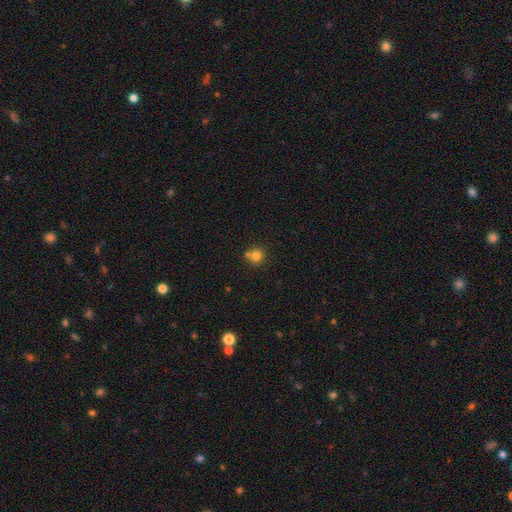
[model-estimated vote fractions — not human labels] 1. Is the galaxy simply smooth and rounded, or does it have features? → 78% smooth, 13% star or artifact, 9% featured or disk.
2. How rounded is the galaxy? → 91% round, 9% in between, 1% cigar-shaped.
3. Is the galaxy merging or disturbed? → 61% none, 25% merger, 11% minor disturbance, 3% major disturbance.